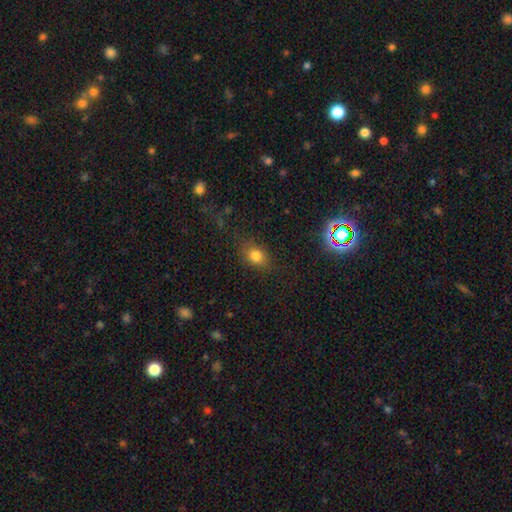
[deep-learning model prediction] This appears to be a smooth galaxy with no disk features (79%) that is in between round and cigar-shaped (66%). Merging: none (78%).